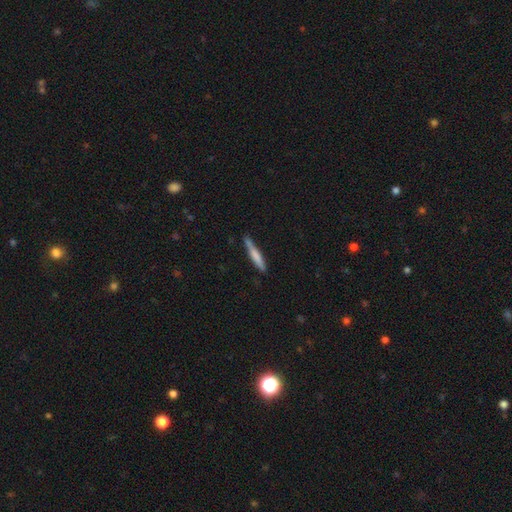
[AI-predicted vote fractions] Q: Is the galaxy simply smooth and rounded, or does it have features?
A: smooth — 69%.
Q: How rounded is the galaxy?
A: cigar-shaped — 92%.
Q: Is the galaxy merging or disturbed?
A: none — 73%.